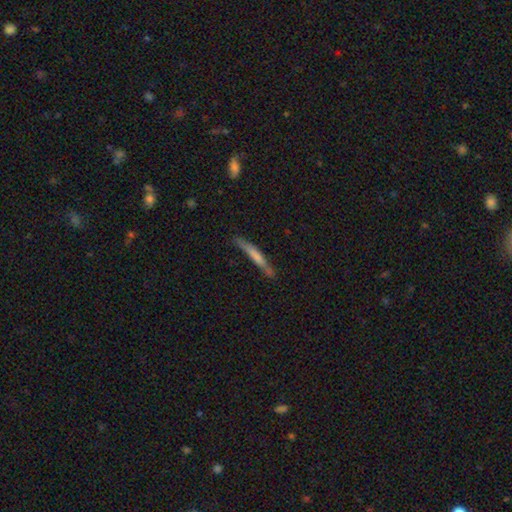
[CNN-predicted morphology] smooth 61%, featured or disk 33%, star or artifact 6%. Down the decision tree: how rounded — cigar-shaped (95%); merging — none (73%).